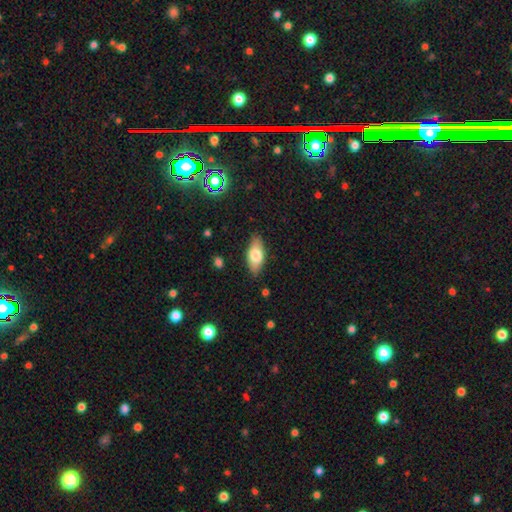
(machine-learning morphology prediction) A smooth galaxy with no disk features (72%) that is in between round and cigar-shaped (85%).

Vote fractions:
- Smooth or featured? smooth: 72% / featured or disk: 22% / star or artifact: 7%
- How rounded? in between: 85% / cigar-shaped: 12% / round: 3%
- Merging? none: 85% / minor disturbance: 11% / major disturbance: 2% / merger: 1%